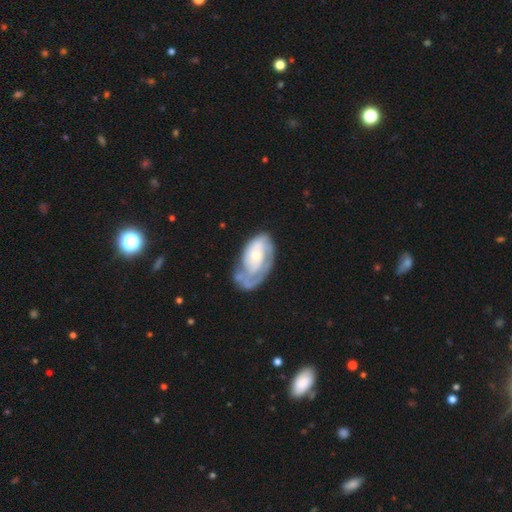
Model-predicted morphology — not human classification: Smooth or featured? Predicted: featured or disk (p=0.70). Edge-on disk? Predicted: no (p=0.96). Bar? Predicted: no (p=0.72). Spiral arms? Predicted: yes (p=0.82). Spiral winding? Predicted: tight (p=0.55). Spiral arm count? Predicted: 1 (p=0.30, tied with can't tell). Bulge size? Predicted: small (p=0.44). Merging? Predicted: none (p=0.42).